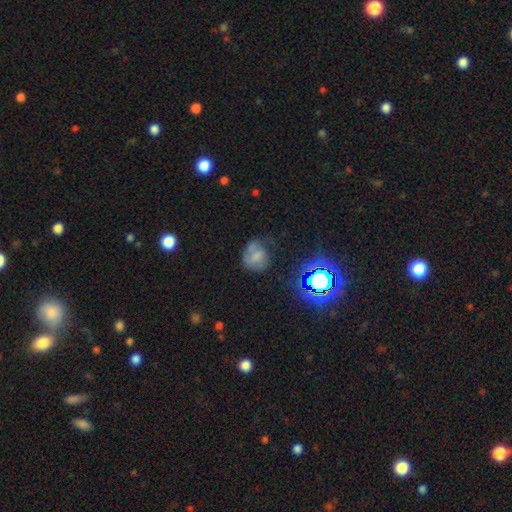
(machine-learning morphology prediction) A smooth galaxy with no disk features (55%) that is round (63%). Merging: none (41%).